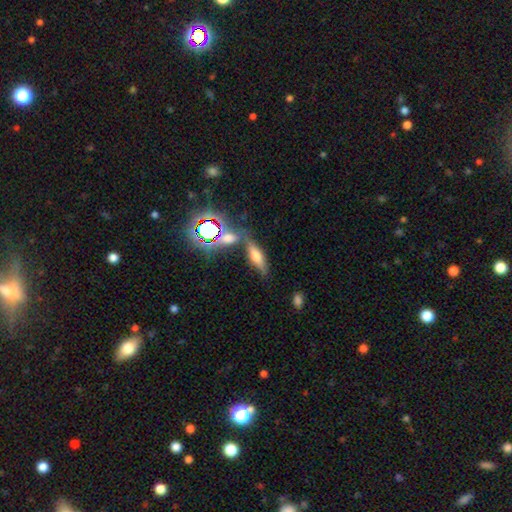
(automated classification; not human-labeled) This is possibly a smooth galaxy (45%). Merging: likely none (62%).